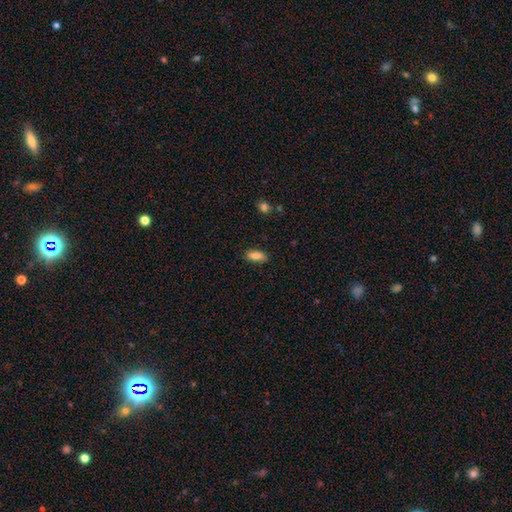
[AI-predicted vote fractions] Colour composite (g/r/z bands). It shows a smooth galaxy with no disk features (82%) that is in between round and cigar-shaped (81%). Merging: none (84%).